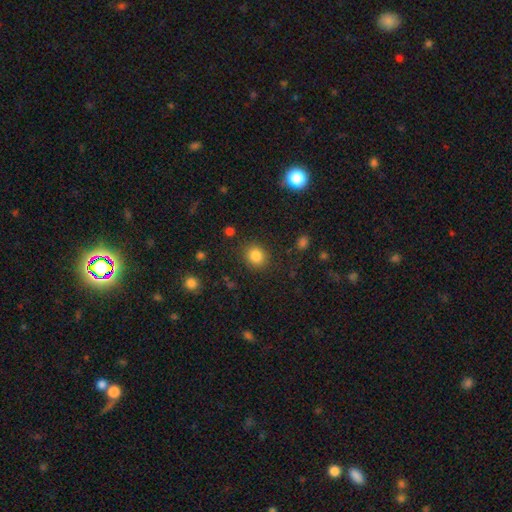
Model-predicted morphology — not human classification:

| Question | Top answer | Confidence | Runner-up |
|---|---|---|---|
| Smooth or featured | smooth | 84% | star or artifact (11%) |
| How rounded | round | 79% | in between (20%) |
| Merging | none | 87% | minor disturbance (8%) |